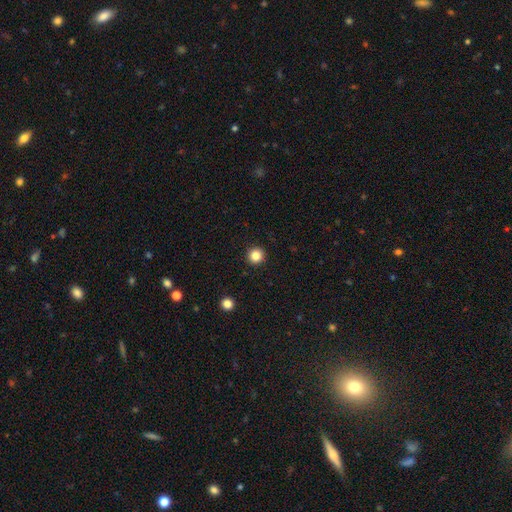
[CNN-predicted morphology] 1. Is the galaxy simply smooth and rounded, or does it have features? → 84% smooth, 12% star or artifact, 5% featured or disk.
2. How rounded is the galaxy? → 96% round, 3% in between, 1% cigar-shaped.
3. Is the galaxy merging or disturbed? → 93% none, 4% minor disturbance, 2% major disturbance, 1% merger.